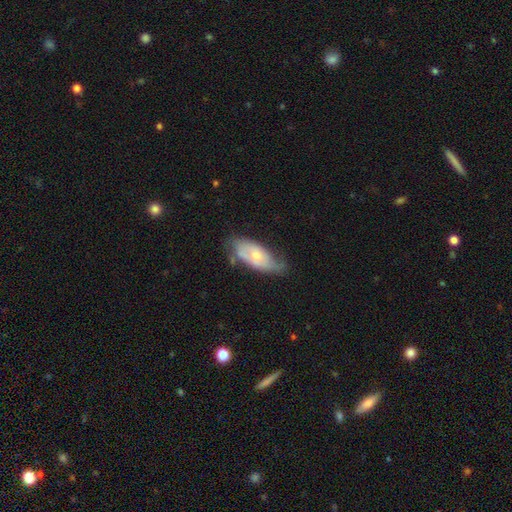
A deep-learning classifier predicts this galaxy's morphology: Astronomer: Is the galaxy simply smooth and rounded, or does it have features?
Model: featured or disk — 54% (runner-up: smooth, 39%).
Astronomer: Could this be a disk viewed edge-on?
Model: no — 85%.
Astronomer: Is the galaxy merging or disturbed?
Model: none — 46% (runner-up: minor disturbance, 36%).